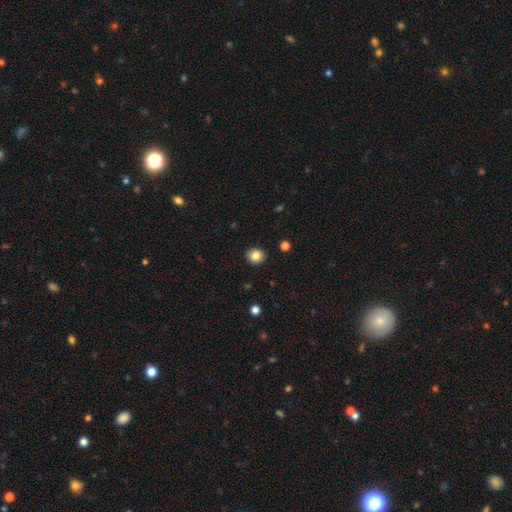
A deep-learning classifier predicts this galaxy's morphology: Q: Smooth or featured?
A: smooth (83%); runner-up: star or artifact (10%)
Q: How rounded?
A: round (81%); runner-up: in between (18%)
Q: Merging?
A: none (91%); runner-up: minor disturbance (6%)